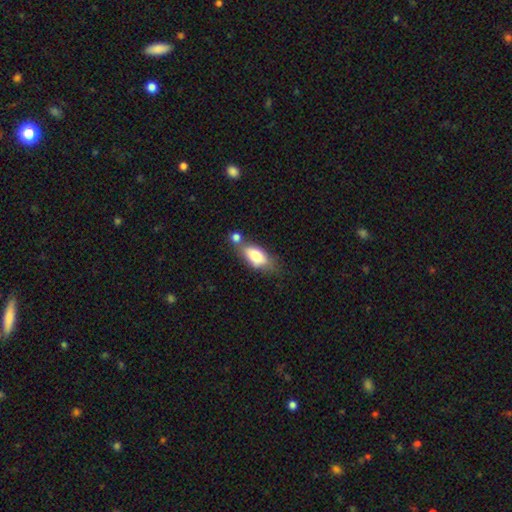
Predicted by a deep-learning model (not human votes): The model was most divided on "merging": none: 45%, merger: 31%, minor disturbance: 17%, major disturbance: 7%. More confident: how rounded — in between (84%); smooth or featured — smooth (75%).